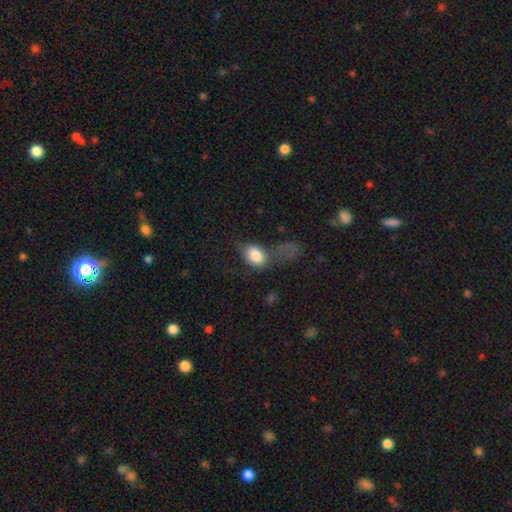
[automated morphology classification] A smooth galaxy with no disk features (79%) that is in between round and cigar-shaped (76%).

Vote fractions:
- Smooth or featured? smooth: 79% / featured or disk: 13% / star or artifact: 8%
- How rounded? in between: 76% / round: 22% / cigar-shaped: 2%
- Merging? major disturbance: 42% / none: 26% / minor disturbance: 22% / merger: 10%